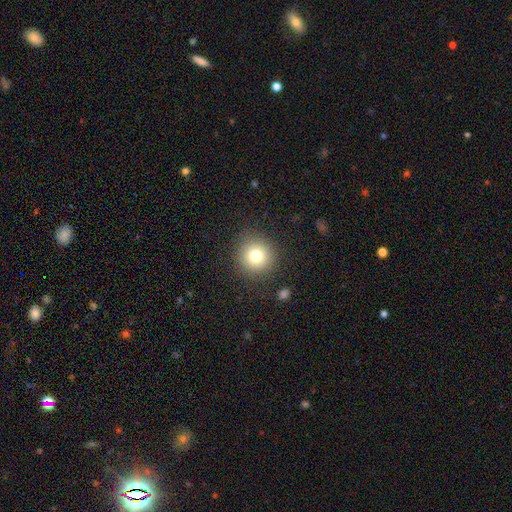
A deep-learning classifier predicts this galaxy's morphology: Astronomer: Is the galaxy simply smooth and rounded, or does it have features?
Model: smooth — 78%.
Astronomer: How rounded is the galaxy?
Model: round — 94%.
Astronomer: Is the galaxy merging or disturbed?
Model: none — 88%.